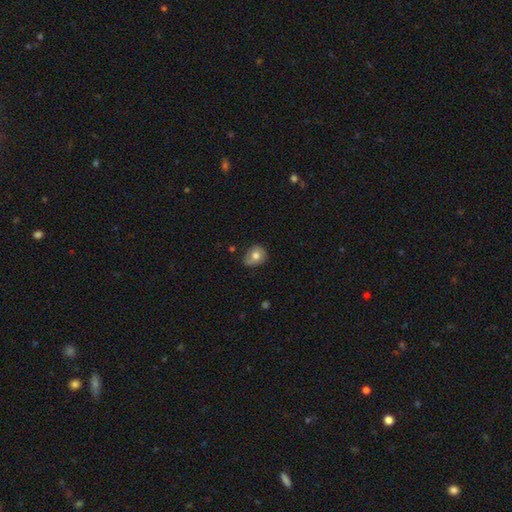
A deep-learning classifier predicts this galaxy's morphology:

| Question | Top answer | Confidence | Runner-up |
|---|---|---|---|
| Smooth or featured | smooth | 73% | featured or disk (18%) |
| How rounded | round | 64% | in between (35%) |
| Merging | none | 55% | minor disturbance (35%) |